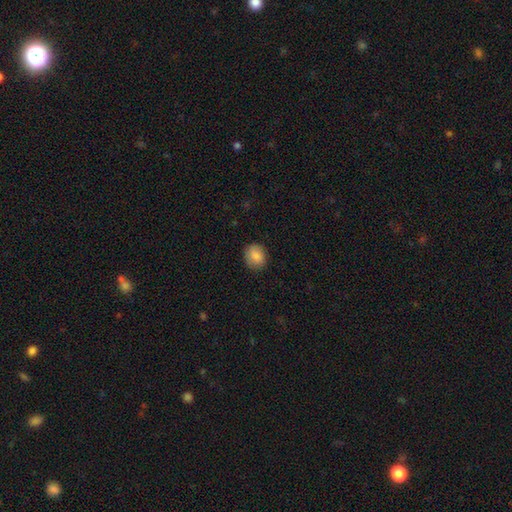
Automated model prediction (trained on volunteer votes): Smooth or featured?
  - smooth: 85% *
  - star or artifact: 8%
  - featured or disk: 7%
How rounded?
  - round: 71% *
  - in between: 28%
  - cigar-shaped: 1%
Merging?
  - none: 85% *
  - minor disturbance: 11%
  - major disturbance: 3%
  - merger: 1%